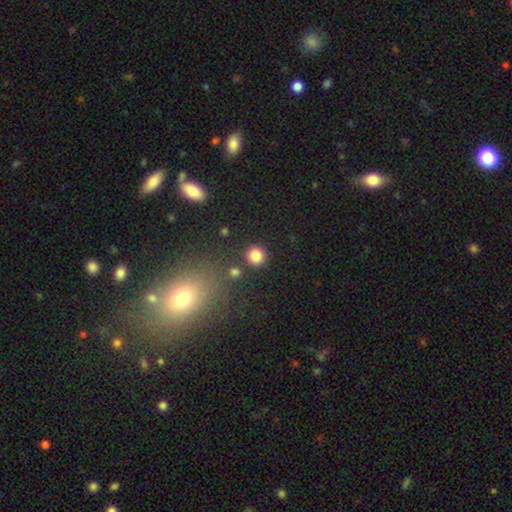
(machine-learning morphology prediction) Overall: smooth (83%). How rounded: round (93%). Merging: none (87%).